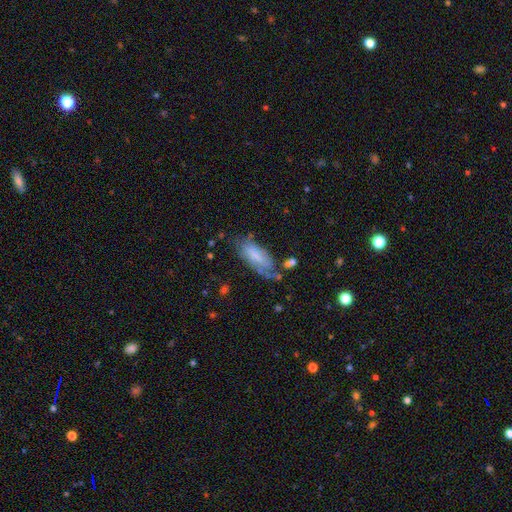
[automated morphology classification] A smooth galaxy with no disk features (58%) that is in between round and cigar-shaped (80%).

Vote fractions:
- Smooth or featured? smooth: 58% / featured or disk: 35% / star or artifact: 8%
- How rounded? in between: 80% / cigar-shaped: 18% / round: 2%
- Merging? none: 45% / minor disturbance: 30% / major disturbance: 20% / merger: 6%